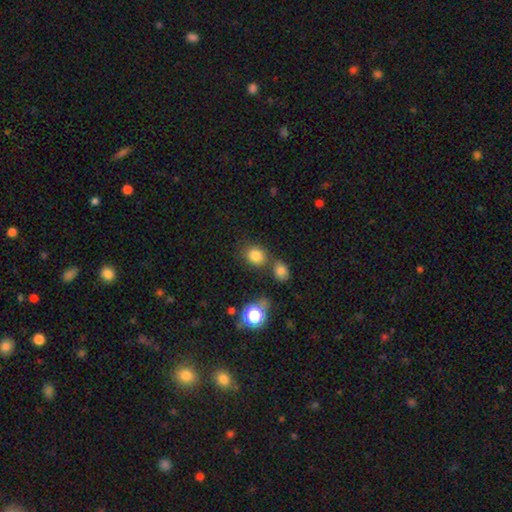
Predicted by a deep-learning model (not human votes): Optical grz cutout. It shows a smooth galaxy with no disk features (80%) that is round (61%). Merging: none (65%).